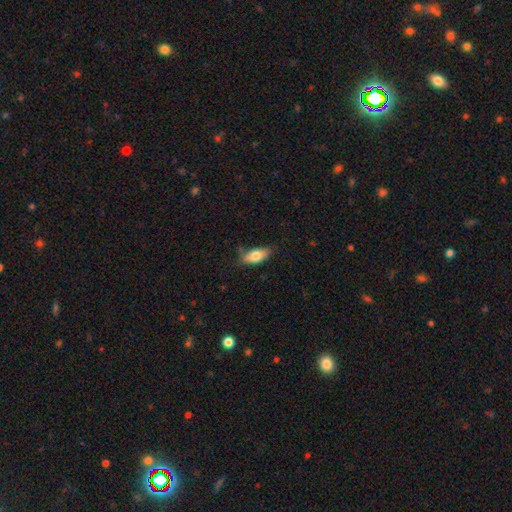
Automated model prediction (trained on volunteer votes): Q: Smooth or featured?
A: smooth (77%); runner-up: featured or disk (16%)
Q: How rounded?
A: in between (87%); runner-up: cigar-shaped (10%)
Q: Merging?
A: none (65%); runner-up: minor disturbance (27%)